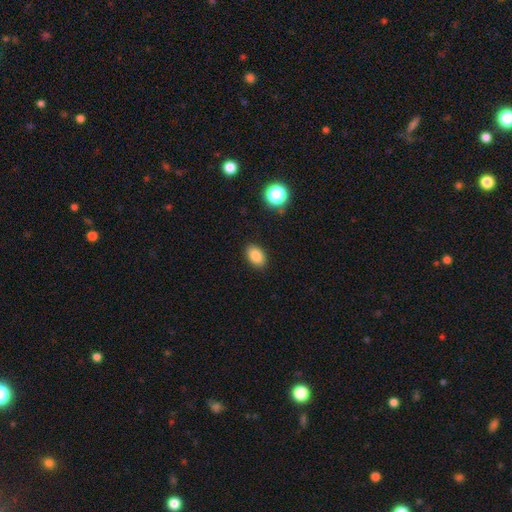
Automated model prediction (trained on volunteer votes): Q: Smooth or featured?
A: smooth (85%); runner-up: star or artifact (10%)
Q: How rounded?
A: in between (87%); runner-up: round (12%)
Q: Merging?
A: none (88%); runner-up: minor disturbance (8%)